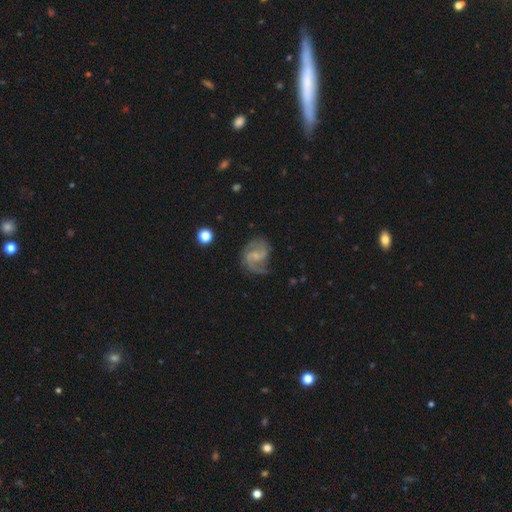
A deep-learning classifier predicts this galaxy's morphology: Overall: featured or disk (85%). Edge-on disk: no (98%). Bar: weak (46%, tied with no). Spiral arms: yes (96%). Spiral arm count: 2 (78%). Spiral winding: medium (54%; loose 26%). Bulge size: small (61%). Merging: none (68%).